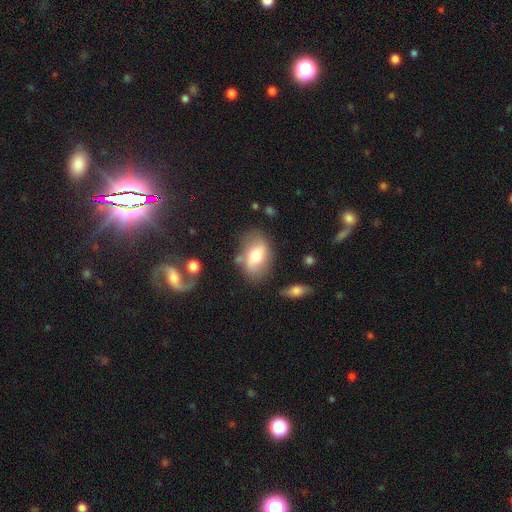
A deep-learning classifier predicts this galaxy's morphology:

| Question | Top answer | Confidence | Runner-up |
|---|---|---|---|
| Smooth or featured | smooth | 58% | featured or disk (34%) |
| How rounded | in between | 83% | round (15%) |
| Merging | none | 66% | minor disturbance (21%) |